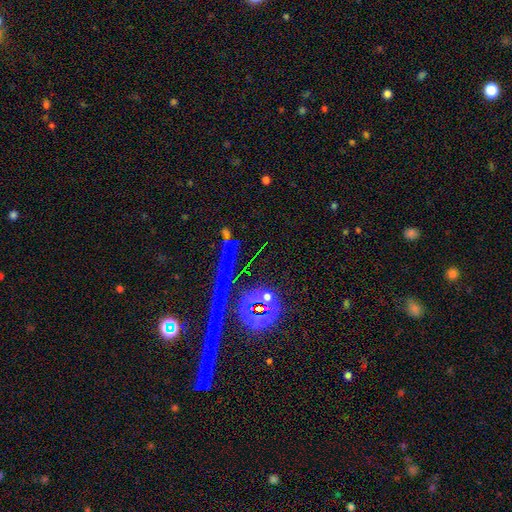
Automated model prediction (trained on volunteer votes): Morphology: type=star or artifact (77%).